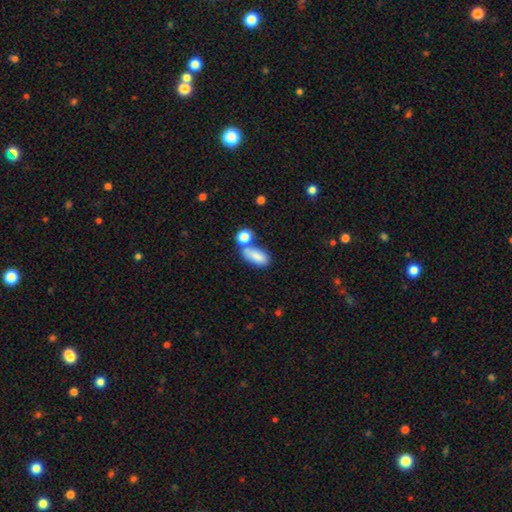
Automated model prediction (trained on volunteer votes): Smooth or featured: smooth — 83% (featured or disk — 9%)
How rounded: in between — 83% (cigar-shaped — 11%)
Merging: none — 48% (merger — 32%)